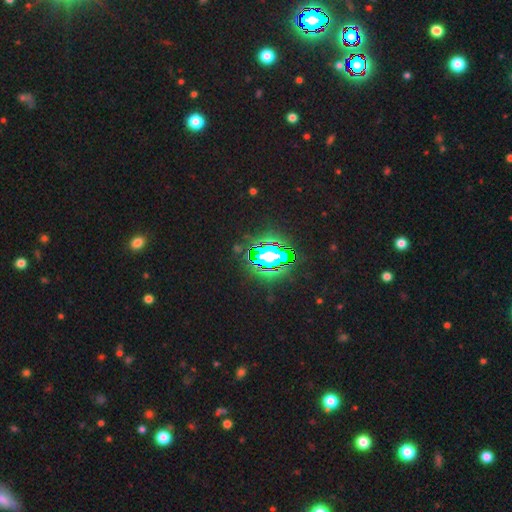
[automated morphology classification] Smooth or featured: star or artifact — 81% (smooth — 12%)